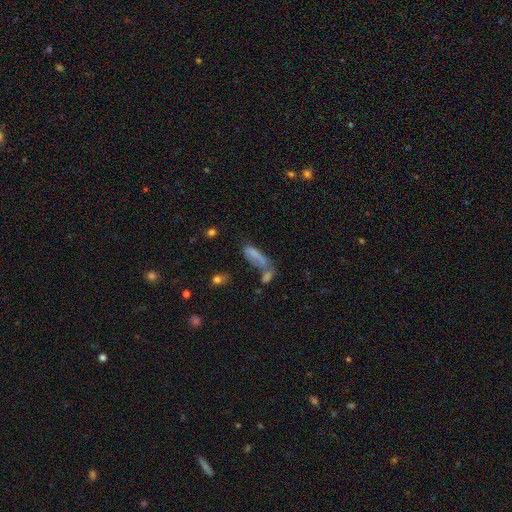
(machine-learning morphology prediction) Smooth or featured: smooth — 62% (featured or disk — 23%)
How rounded: in between — 49% (cigar-shaped — 47%)
Merging: merger — 45% (none — 27%)